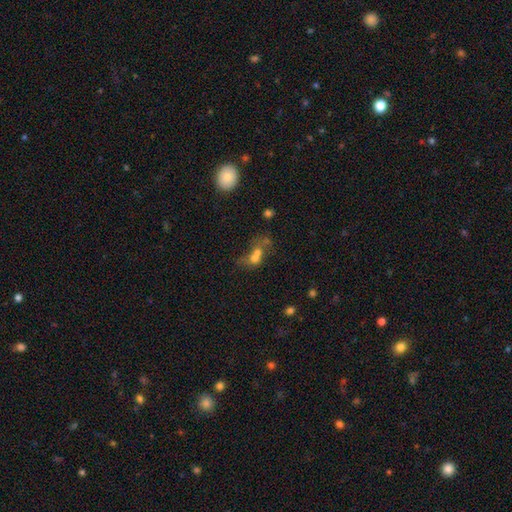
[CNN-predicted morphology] smooth-or-featured: smooth: 58% | featured or disk: 23% | star or artifact: 19%
  how-rounded: round: 49% | in between: 48% | cigar-shaped: 4%
  merging: merger: 64% | none: 20% | major disturbance: 10% | minor disturbance: 7%